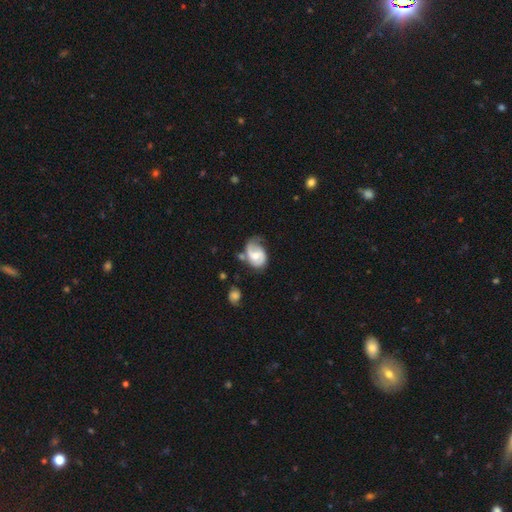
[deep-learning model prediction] A featured or disk galaxy (67%) with no bar (53%), 2 (64%) medium (42%) spiral arms (87%) and a moderate central bulge (58%).

Vote fractions:
- Smooth or featured? featured or disk: 67% / smooth: 27% / star or artifact: 6%
- Edge-on disk? no: 97% / yes: 3%
- Bar? no: 53% / weak: 38% / strong: 9%
- Spiral arms? yes: 87% / no: 13%
- Spiral winding? medium: 42% / tight: 30% / loose: 28%
- Spiral arm count? 2: 64% / 1: 22% / can't tell: 11% / 3: 2% / 4: 1% / more than 4: 1%
- Bulge size? moderate: 58% / small: 32% / large: 5% / none: 3% / dominant: 1%
- Merging? none: 44% / minor disturbance: 32% / major disturbance: 17% / merger: 6%